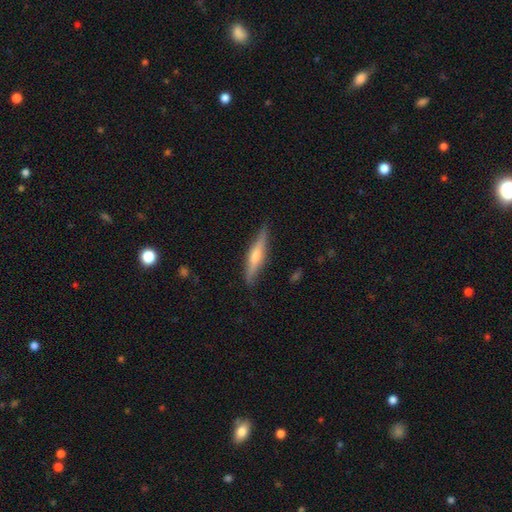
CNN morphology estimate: Overall: featured or disk (58%; smooth 36%). Edge-on disk: yes (95%). Edge-on bulge: rounded (76%). Merging: none (86%).